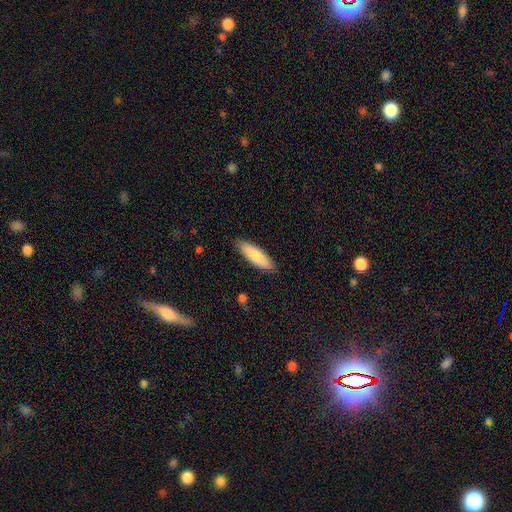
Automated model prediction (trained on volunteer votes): smooth 79%, featured or disk 14%, star or artifact 7%. Down the decision tree: how rounded — cigar-shaped (51%); merging — none (85%).